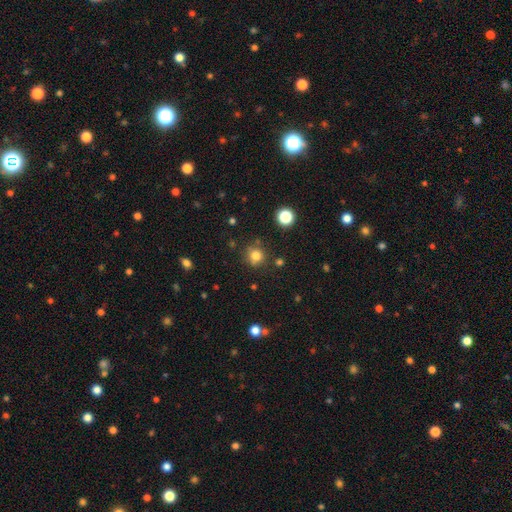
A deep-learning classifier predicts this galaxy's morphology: The model was most divided on "smooth or featured": smooth: 79%, star or artifact: 15%, featured or disk: 6%. More confident: how rounded — round (89%); merging — none (79%).